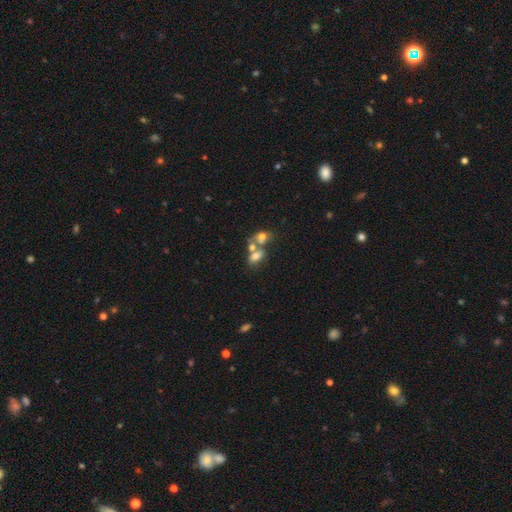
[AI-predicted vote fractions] Smooth or featured: smooth — 63% (featured or disk — 23%)
How rounded: in between — 74% (round — 24%)
Merging: merger — 58% (none — 25%)